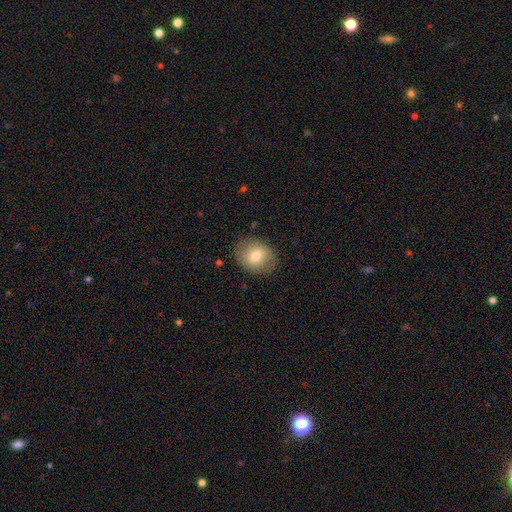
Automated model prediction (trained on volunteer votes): smooth-or-featured: smooth: 74% | featured or disk: 18% | star or artifact: 8%
  how-rounded: round: 56% | in between: 43% | cigar-shaped: 1%
  merging: none: 83% | minor disturbance: 13% | major disturbance: 4% | merger: 1%